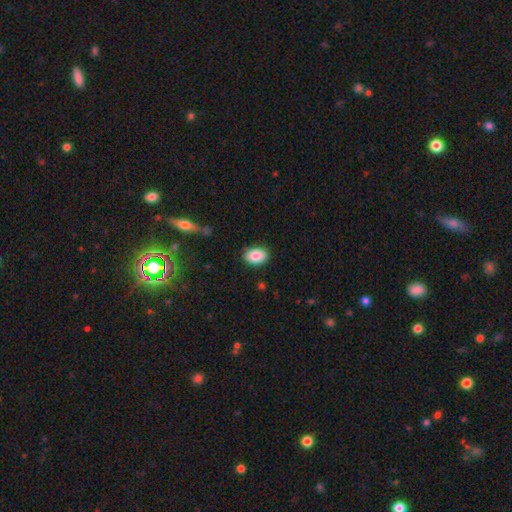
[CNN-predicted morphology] Q: Smooth or featured?
A: smooth (86%); runner-up: star or artifact (8%)
Q: How rounded?
A: in between (85%); runner-up: round (14%)
Q: Merging?
A: none (85%); runner-up: minor disturbance (11%)